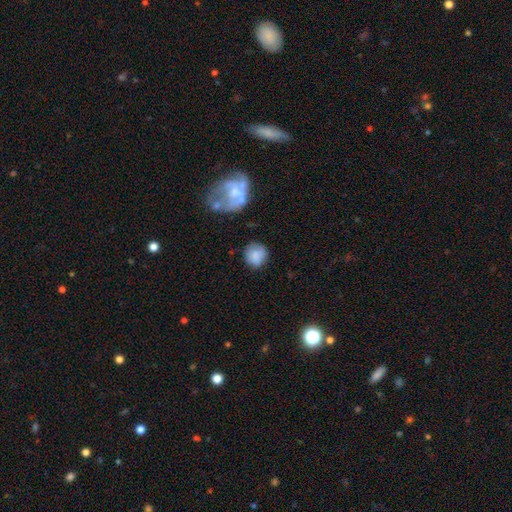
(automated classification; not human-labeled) Smooth or featured: smooth — 80% (featured or disk — 12%)
How rounded: round — 84% (in between — 15%)
Merging: none — 69% (minor disturbance — 20%)